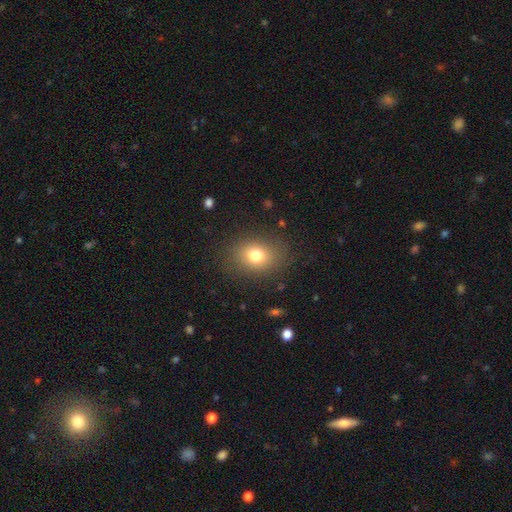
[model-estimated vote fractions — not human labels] This appears to be a smooth galaxy with no disk features (76%) that is in between round and cigar-shaped (51%). Merging: none (83%).